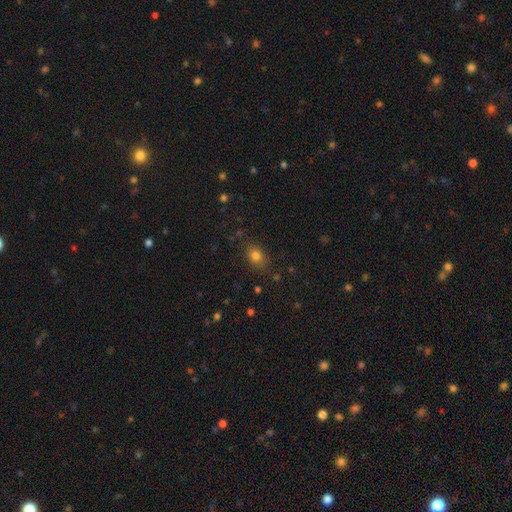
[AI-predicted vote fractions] The model was most divided on "how rounded": in between: 66%, round: 32%, cigar-shaped: 2%. More confident: merging — none (82%); smooth or featured — smooth (79%).